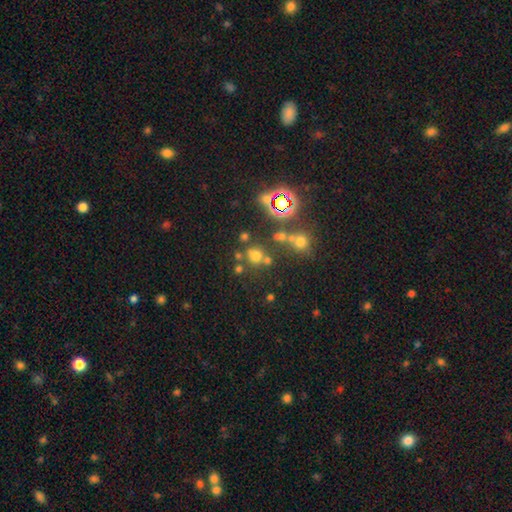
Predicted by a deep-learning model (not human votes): Morphology: type=smooth (60%); roundness=round (84%); merging=none (66%).